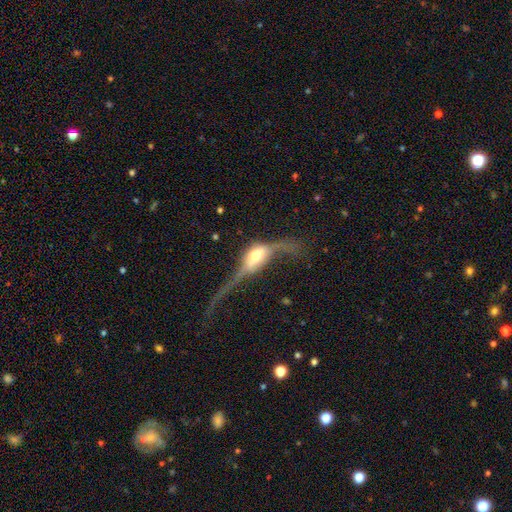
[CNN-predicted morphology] featured or disk 68%, smooth 25%, star or artifact 8%. Down the decision tree: edge-on disk — yes (63%); merging — major disturbance (51%).